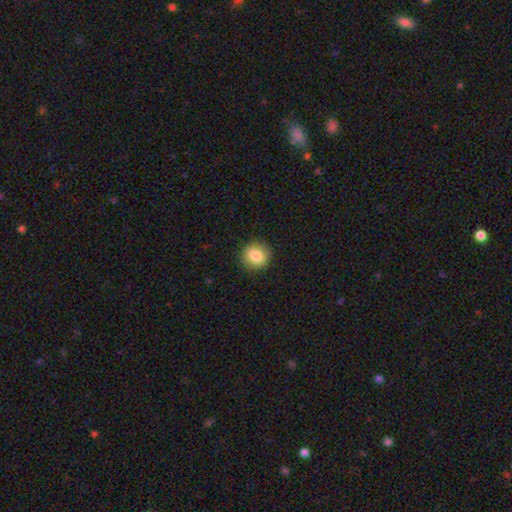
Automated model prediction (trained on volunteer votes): This appears to be a smooth galaxy with no disk features (85%) that is round (87%). Merging: none (89%).